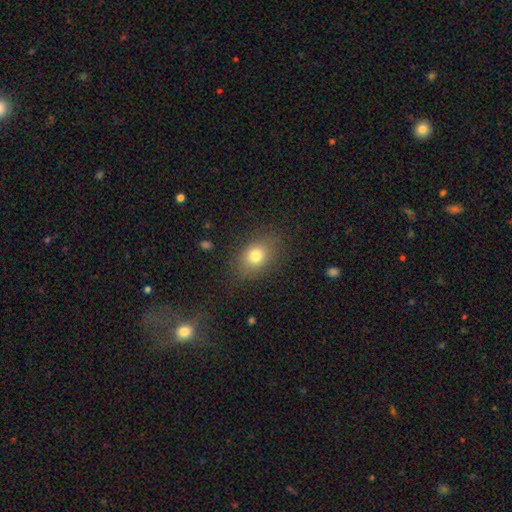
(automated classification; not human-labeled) smooth-or-featured: smooth: 77% | star or artifact: 12% | featured or disk: 11%
  how-rounded: in between: 65% | round: 34% | cigar-shaped: 2%
  merging: none: 81% | minor disturbance: 13% | major disturbance: 5% | merger: 1%